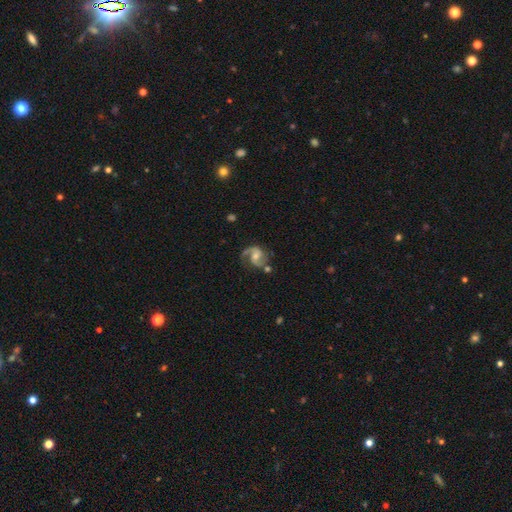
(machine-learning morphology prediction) Q: Smooth or featured?
A: featured or disk (87%); runner-up: smooth (7%)
Q: Edge-on disk?
A: no (98%); runner-up: yes (2%)
Q: Bar?
A: weak (44%); runner-up: no (43%)
Q: Spiral arms?
A: yes (97%); runner-up: no (3%)
Q: Spiral winding?
A: medium (56%); runner-up: loose (28%)
Q: Spiral arm count?
A: 2 (89%); runner-up: 1 (5%)
Q: Bulge size?
A: moderate (53%); runner-up: small (36%)
Q: Merging?
A: none (67%); runner-up: minor disturbance (18%)